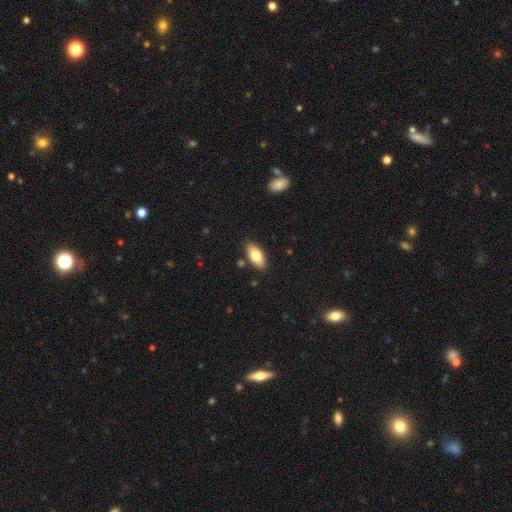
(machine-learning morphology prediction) smooth 74%, featured or disk 19%, star or artifact 7%. Down the decision tree: how rounded — in between (86%); merging — none (85%).